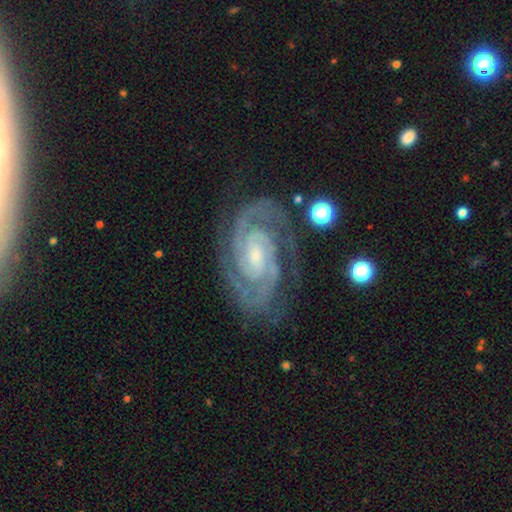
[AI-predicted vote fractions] The model was most divided on "bar": no: 46%, weak: 37%, strong: 18%. More confident: spiral arms — yes (99%); edge-on disk — no (98%); smooth or featured — featured or disk (93%); spiral arm count — 2 (81%); merging — none (79%); spiral winding — tight (77%); bulge size — small (70%).